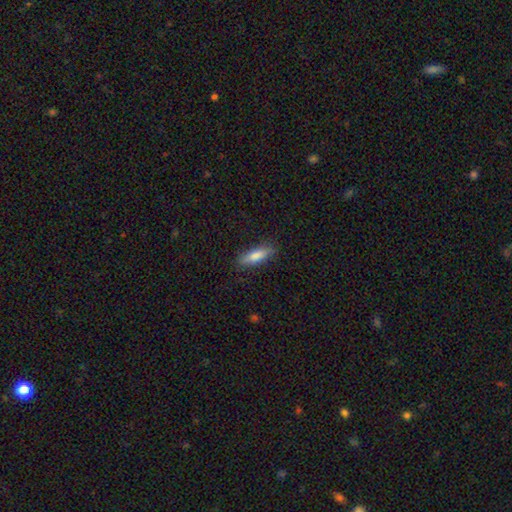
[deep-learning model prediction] Smooth or featured?
  - smooth: 79% *
  - featured or disk: 15%
  - star or artifact: 6%
How rounded?
  - cigar-shaped: 55% *
  - in between: 44%
  - round: 2%
Merging?
  - none: 85% *
  - minor disturbance: 11%
  - major disturbance: 3%
  - merger: 1%